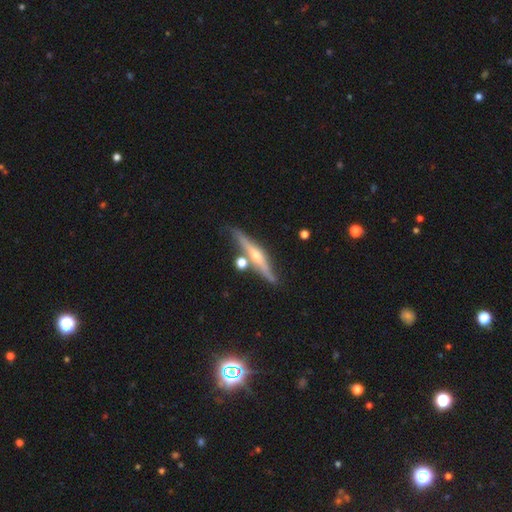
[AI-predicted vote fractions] The model was most divided on "smooth or featured": featured or disk: 70%, smooth: 23%, star or artifact: 7%. More confident: edge-on disk — yes (95%); edge-on bulge — rounded (86%); merging — none (75%).